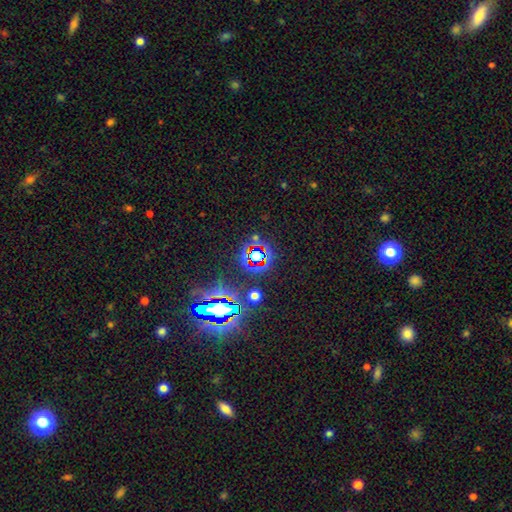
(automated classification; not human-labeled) The model was most divided on "smooth or featured": star or artifact: 68%, smooth: 21%, featured or disk: 11%.